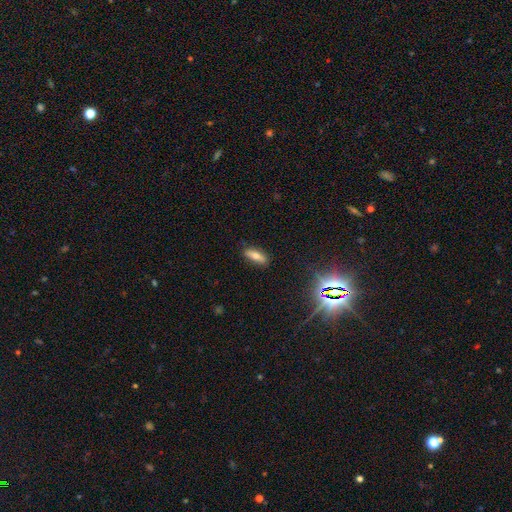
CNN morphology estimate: Q: Smooth or featured?
A: smooth (65%); runner-up: featured or disk (24%)
Q: How rounded?
A: in between (59%); runner-up: cigar-shaped (38%)
Q: Merging?
A: none (85%); runner-up: minor disturbance (11%)